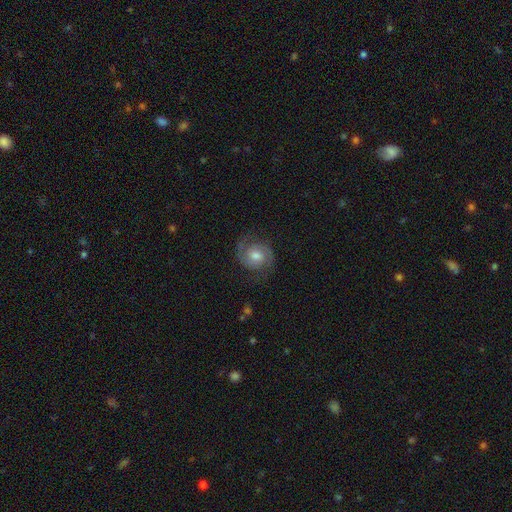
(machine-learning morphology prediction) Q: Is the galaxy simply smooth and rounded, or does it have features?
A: featured or disk — 81%.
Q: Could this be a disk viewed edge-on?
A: no — 98%.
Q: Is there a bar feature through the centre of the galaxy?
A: no — 62%.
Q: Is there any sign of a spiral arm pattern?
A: yes — 96%.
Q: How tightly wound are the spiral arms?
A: medium — 50%.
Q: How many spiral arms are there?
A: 2 — 92%.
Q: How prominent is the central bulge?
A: moderate — 67%.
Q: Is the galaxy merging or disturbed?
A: none — 80%.